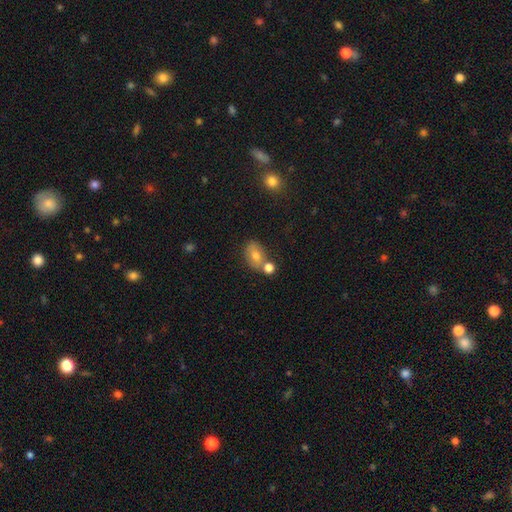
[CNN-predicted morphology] smooth-or-featured: smooth: 65% | featured or disk: 23% | star or artifact: 13%
  how-rounded: in between: 76% | round: 22% | cigar-shaped: 2%
  merging: none: 57% | merger: 24% | minor disturbance: 15% | major disturbance: 5%